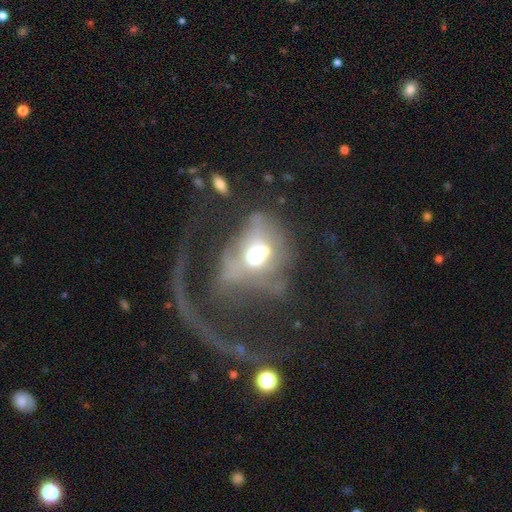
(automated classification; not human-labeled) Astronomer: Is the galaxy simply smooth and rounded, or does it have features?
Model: featured or disk — 42% (runner-up: smooth, 39%).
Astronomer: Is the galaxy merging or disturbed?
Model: major disturbance — 39% (runner-up: merger, 31%).